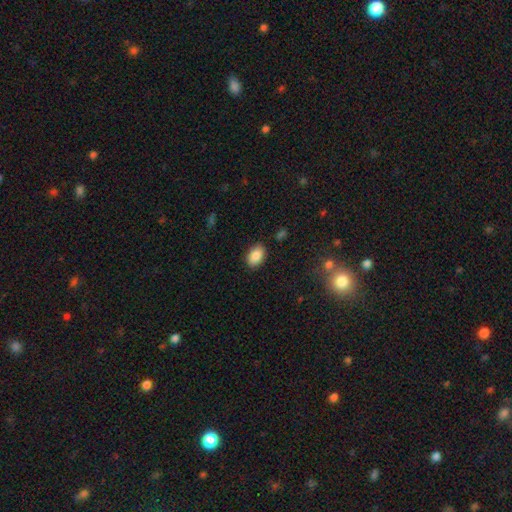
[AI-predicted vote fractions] Smooth or featured?
  - smooth: 87% *
  - star or artifact: 8%
  - featured or disk: 5%
How rounded?
  - in between: 88% *
  - round: 10%
  - cigar-shaped: 1%
Merging?
  - none: 86% *
  - minor disturbance: 10%
  - major disturbance: 2%
  - merger: 1%